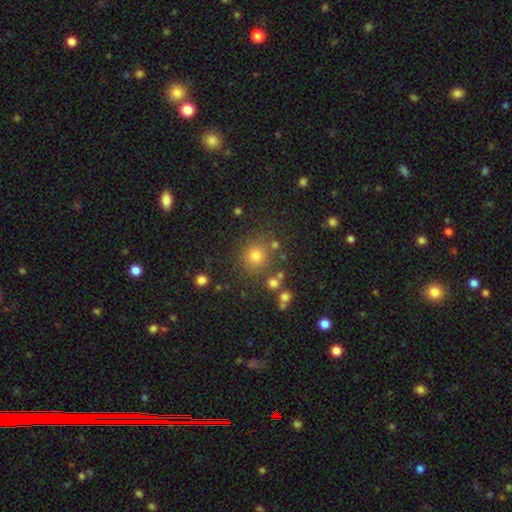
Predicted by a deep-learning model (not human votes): smooth-or-featured: smooth: 74% | star or artifact: 18% | featured or disk: 8%
  how-rounded: round: 90% | in between: 10% | cigar-shaped: 1%
  merging: none: 81% | minor disturbance: 9% | merger: 6% | major disturbance: 4%